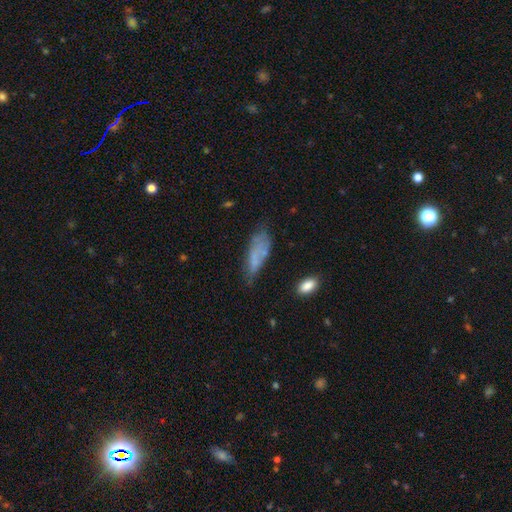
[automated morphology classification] A smooth galaxy with no disk features (58%) that is in between round and cigar-shaped (55%). Merging: none (44%).